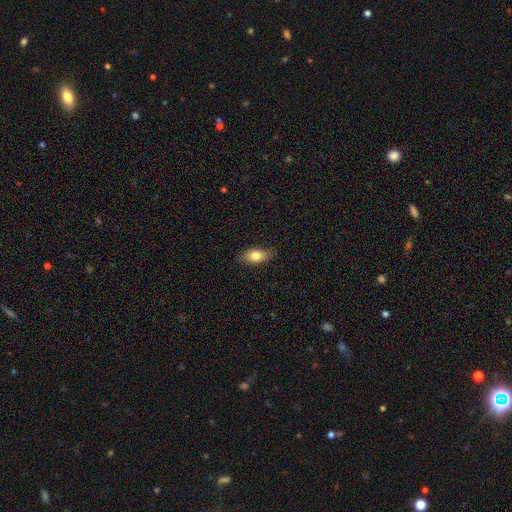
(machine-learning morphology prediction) Smooth or featured?
  - smooth: 81% *
  - featured or disk: 12%
  - star or artifact: 7%
How rounded?
  - in between: 88% *
  - cigar-shaped: 6%
  - round: 5%
Merging?
  - none: 85% *
  - minor disturbance: 12%
  - major disturbance: 2%
  - merger: 1%